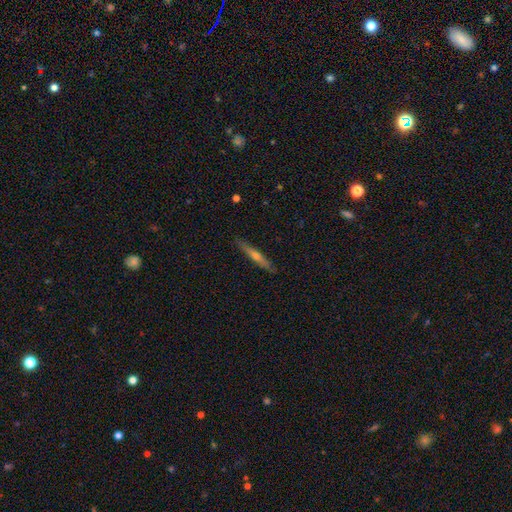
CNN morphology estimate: Smooth or featured: featured or disk — 61% (smooth — 33%)
Edge-on disk: yes — 95% (no — 5%)
Edge-on bulge: rounded — 79% (none — 18%)
Merging: none — 89% (minor disturbance — 8%)